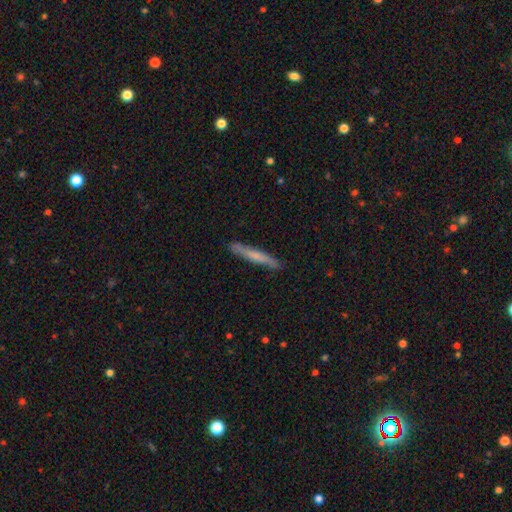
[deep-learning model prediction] smooth-or-featured: smooth: 55% | featured or disk: 40% | star or artifact: 6%
  how-rounded: cigar-shaped: 95% | in between: 3% | round: 1%
  merging: none: 87% | minor disturbance: 10% | major disturbance: 2% | merger: 1%